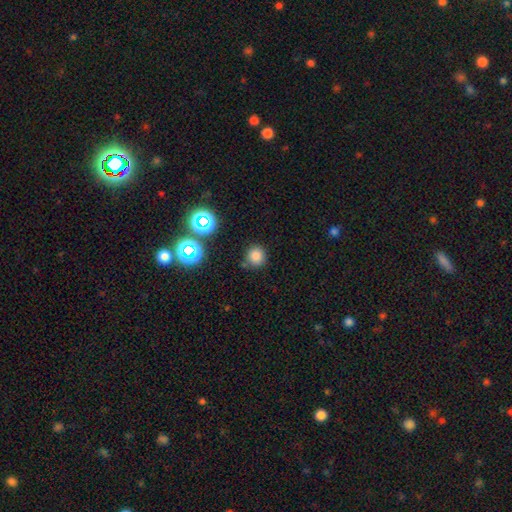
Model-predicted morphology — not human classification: A smooth galaxy with no disk features (78%) that is round (91%).

Vote fractions:
- Smooth or featured? smooth: 78% / star or artifact: 17% / featured or disk: 5%
- How rounded? round: 91% / in between: 8% / cigar-shaped: 1%
- Merging? none: 82% / minor disturbance: 10% / merger: 4% / major disturbance: 3%